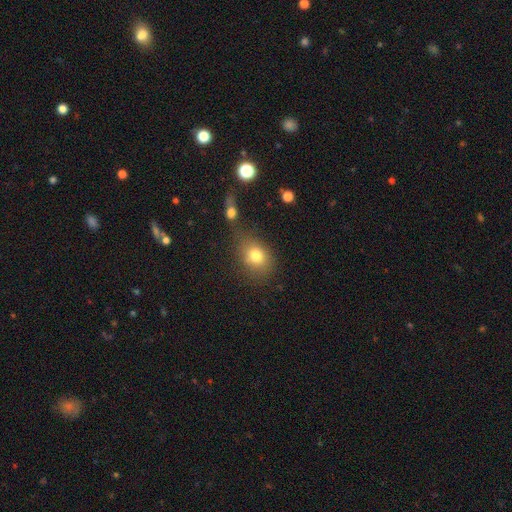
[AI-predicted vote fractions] smooth 79%, star or artifact 11%, featured or disk 10%. Down the decision tree: how rounded — in between (53%); merging — none (53%).